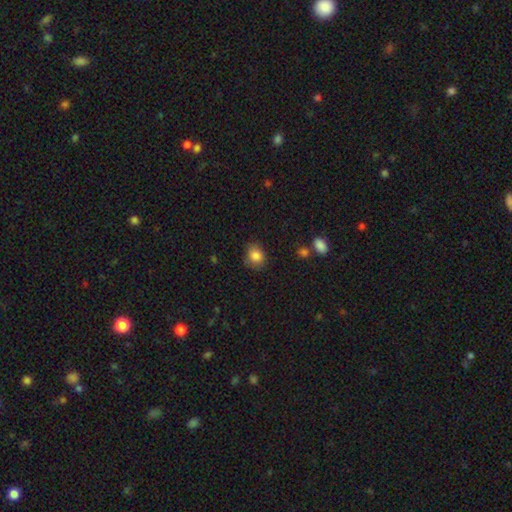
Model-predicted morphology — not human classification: The model was most divided on "how rounded": round: 63%, in between: 36%, cigar-shaped: 1%. More confident: smooth or featured — smooth (85%); merging — none (76%).